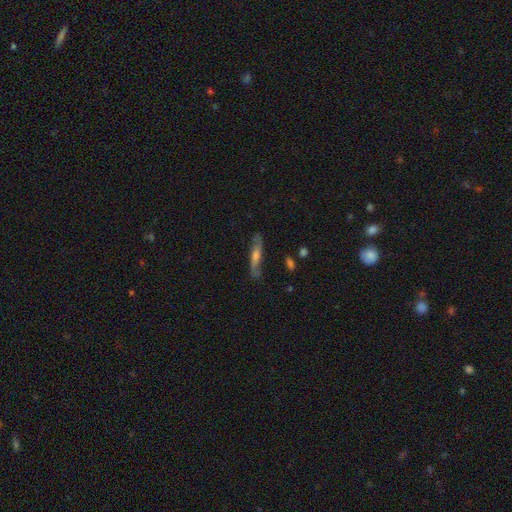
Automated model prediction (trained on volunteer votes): Smooth or featured: featured or disk — 59% (smooth — 34%)
Edge-on disk: yes — 58% (no — 42%)
Merging: none — 77% (minor disturbance — 17%)